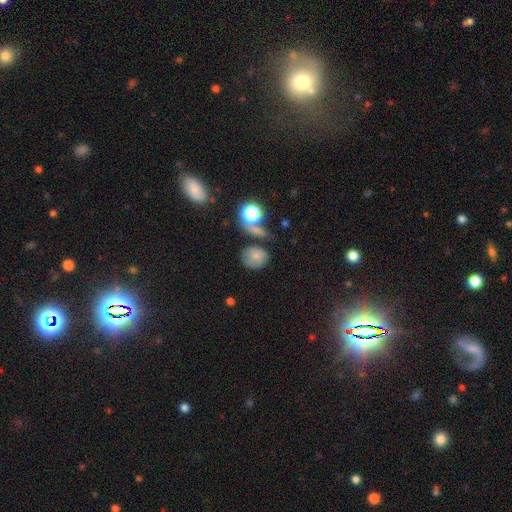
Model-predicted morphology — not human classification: This is likely a smooth galaxy (69%). How rounded: likely round (67%). Merging: possibly none (53%).